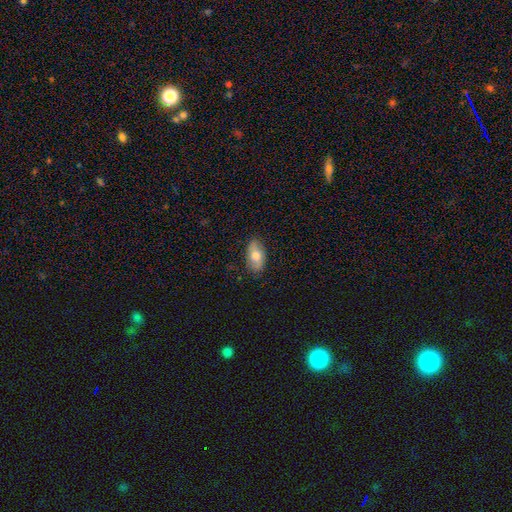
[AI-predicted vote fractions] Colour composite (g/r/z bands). It shows a smooth galaxy with no disk features (72%) that is in between round and cigar-shaped (92%). Merging: none (85%).